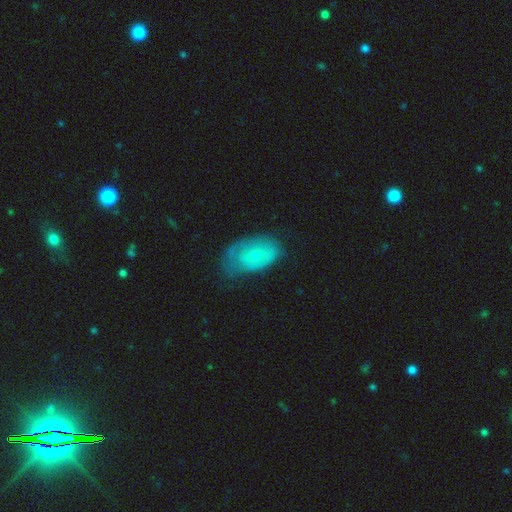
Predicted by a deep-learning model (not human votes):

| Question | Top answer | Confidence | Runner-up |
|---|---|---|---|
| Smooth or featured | featured or disk | 48% | smooth (45%) |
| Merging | none | 44% | minor disturbance (36%) |